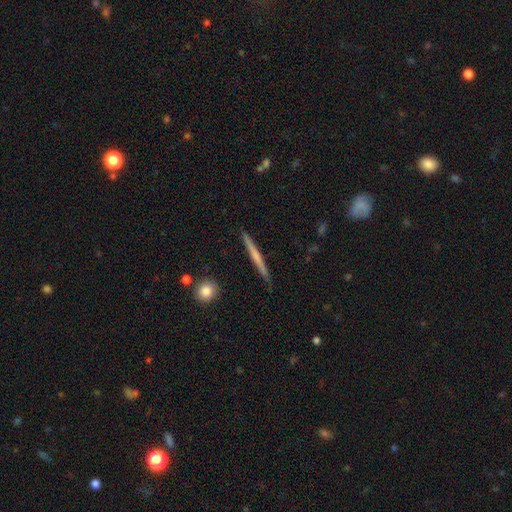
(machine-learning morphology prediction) A featured or disk galaxy (48%).

Vote fractions:
- Smooth or featured? featured or disk: 48% / smooth: 46% / star or artifact: 6%
- Merging? none: 90% / minor disturbance: 8% / major disturbance: 1% / merger: 1%